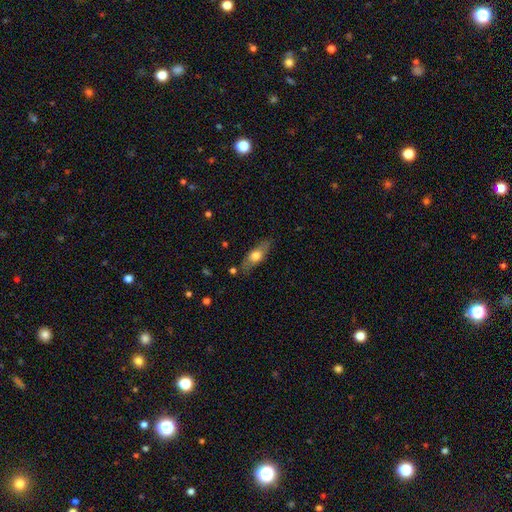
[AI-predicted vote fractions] Q: Smooth or featured?
A: smooth (60%); runner-up: featured or disk (34%)
Q: How rounded?
A: in between (61%); runner-up: cigar-shaped (35%)
Q: Merging?
A: none (77%); runner-up: minor disturbance (16%)